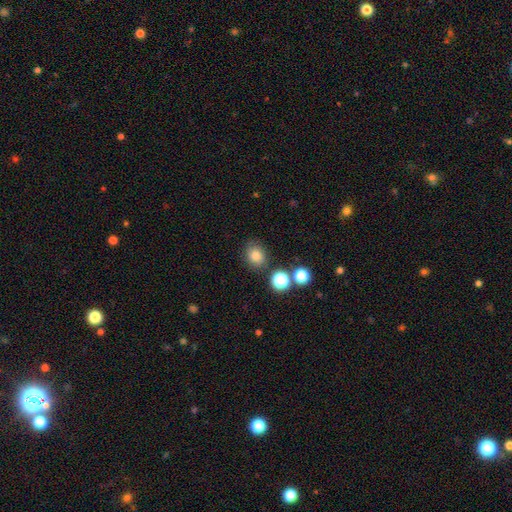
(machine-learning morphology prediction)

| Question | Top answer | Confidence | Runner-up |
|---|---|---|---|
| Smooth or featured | smooth | 78% | star or artifact (14%) |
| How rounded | round | 66% | in between (33%) |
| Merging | none | 77% | minor disturbance (13%) |